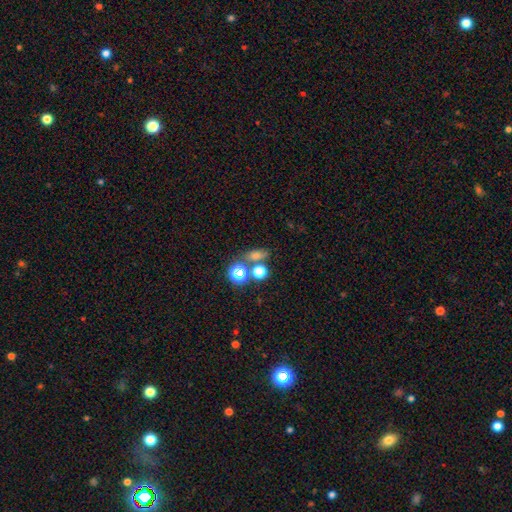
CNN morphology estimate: type=smooth (61%); roundness=in between (53%); merging=none (59%).